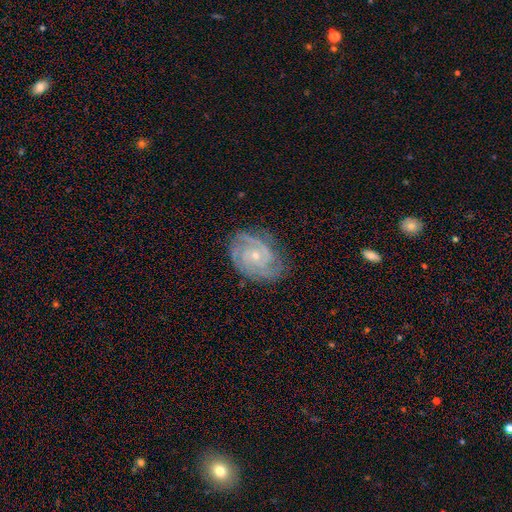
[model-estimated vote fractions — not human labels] smooth_or_featured: featured or disk (p=0.89) [alt: smooth p=0.05]
disk_edge_on: no (p=0.97) [alt: yes p=0.03]
bar: no (p=0.71) [alt: weak p=0.24]
has_spiral_arms: yes (p=0.98) [alt: no p=0.02]
spiral_winding: tight (p=0.69) [alt: medium p=0.27]
spiral_arm_count: 2 (p=0.37) [alt: 3 p=0.31]
bulge_size: small (p=0.69) [alt: moderate p=0.28]
merging: none (p=0.78) [alt: minor disturbance p=0.17]